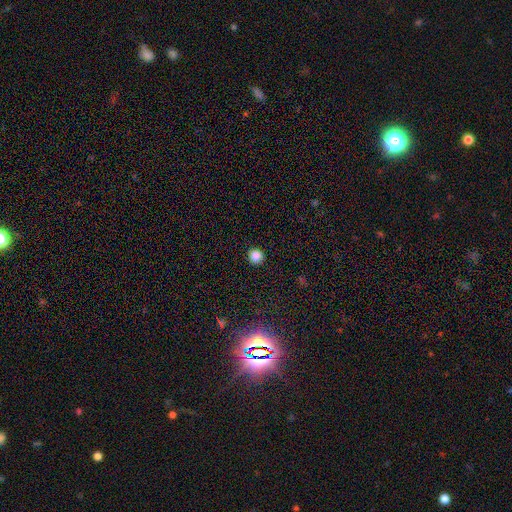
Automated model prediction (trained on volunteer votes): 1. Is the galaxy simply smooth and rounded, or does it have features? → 85% smooth, 12% star or artifact, 3% featured or disk.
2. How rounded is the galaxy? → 92% round, 7% in between, 1% cigar-shaped.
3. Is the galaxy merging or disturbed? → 90% none, 7% minor disturbance, 2% major disturbance, 1% merger.